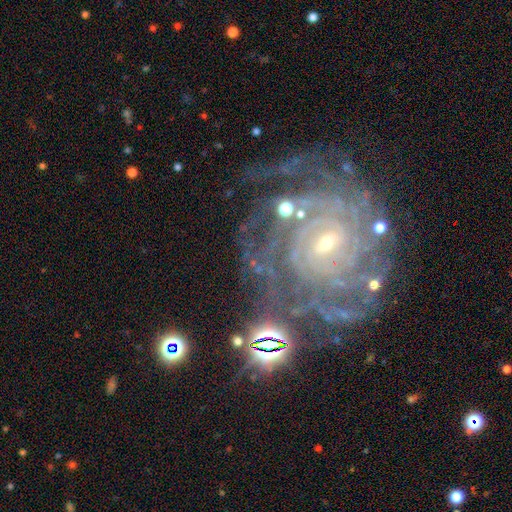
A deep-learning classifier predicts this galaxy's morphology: Smooth or featured? featured or disk (86%)
Edge-on disk? no (97%)
Bar? no (51%)
Spiral arms? yes (96%)
Spiral winding? tight (79%)
Spiral arm count? can't tell (35%)
Bulge size? small (76%)
Merging? none (65%)